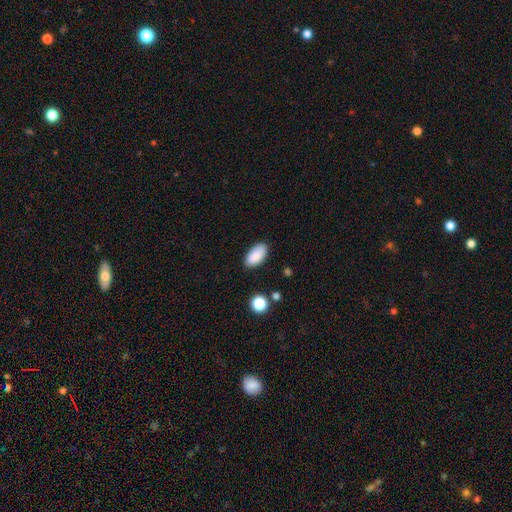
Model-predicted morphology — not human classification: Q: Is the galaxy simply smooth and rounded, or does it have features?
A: smooth — 88%.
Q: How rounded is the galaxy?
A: in between — 94%.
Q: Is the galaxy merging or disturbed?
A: none — 85%.